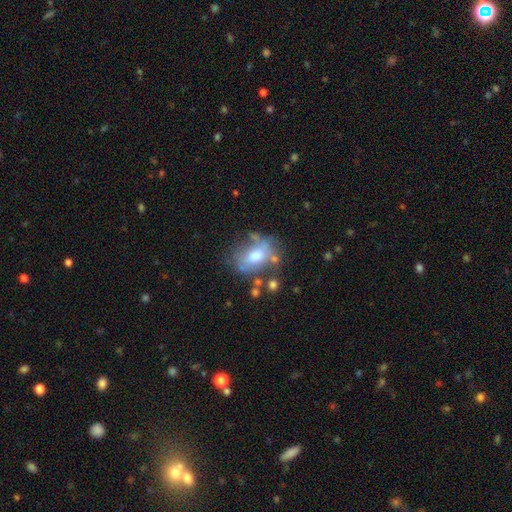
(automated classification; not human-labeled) Overall: smooth (47%; featured or disk 42%). Merging: none (46%; minor disturbance 25%).